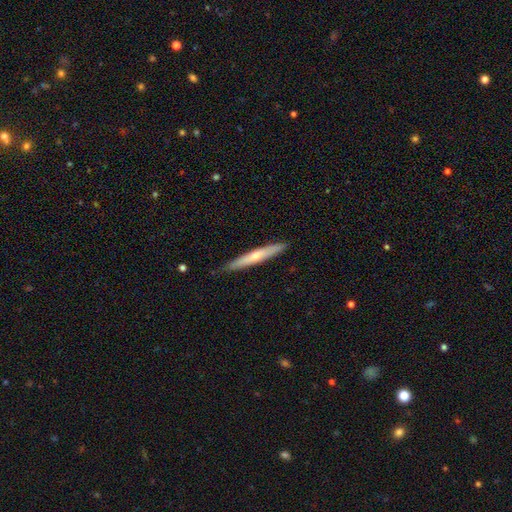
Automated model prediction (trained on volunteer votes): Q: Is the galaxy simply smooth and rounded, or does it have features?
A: featured or disk — 48%.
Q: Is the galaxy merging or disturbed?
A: none — 86%.